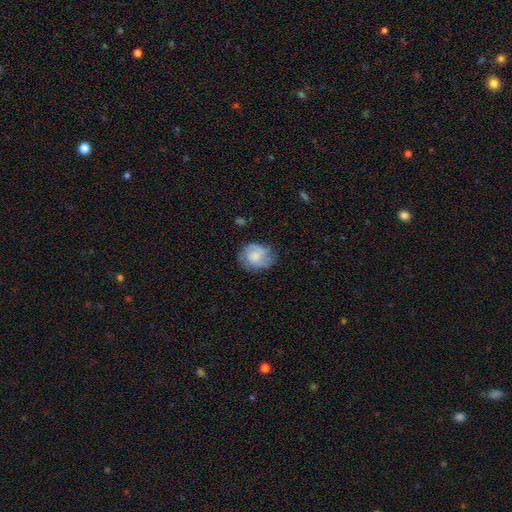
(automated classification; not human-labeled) A smooth galaxy with no disk features (59%) that is round (62%).

Vote fractions:
- Smooth or featured? smooth: 59% / featured or disk: 33% / star or artifact: 8%
- How rounded? round: 62% / in between: 37% / cigar-shaped: 1%
- Merging? none: 60% / minor disturbance: 27% / major disturbance: 11% / merger: 2%